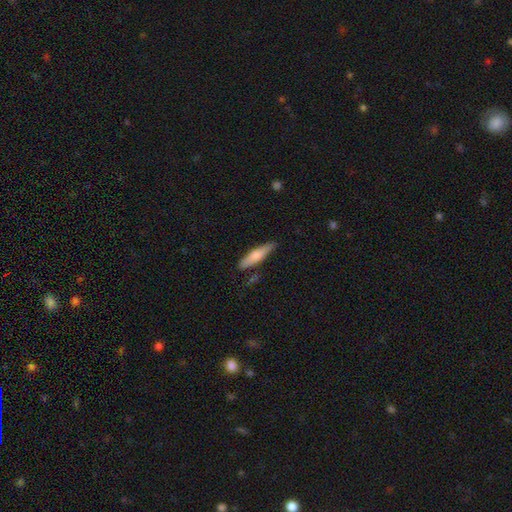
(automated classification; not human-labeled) A smooth galaxy with no disk features (64%) that is cigar-shaped (80%). Merging: none (82%).